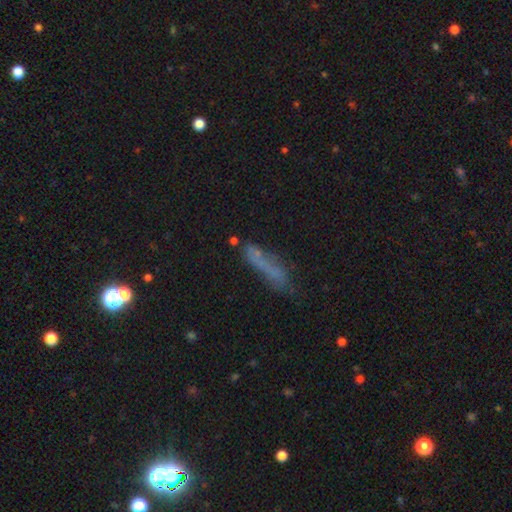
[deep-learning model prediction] smooth-or-featured: smooth: 61% | featured or disk: 26% | star or artifact: 13%
  how-rounded: cigar-shaped: 72% | in between: 25% | round: 3%
  merging: none: 45% | minor disturbance: 24% | major disturbance: 19% | merger: 11%